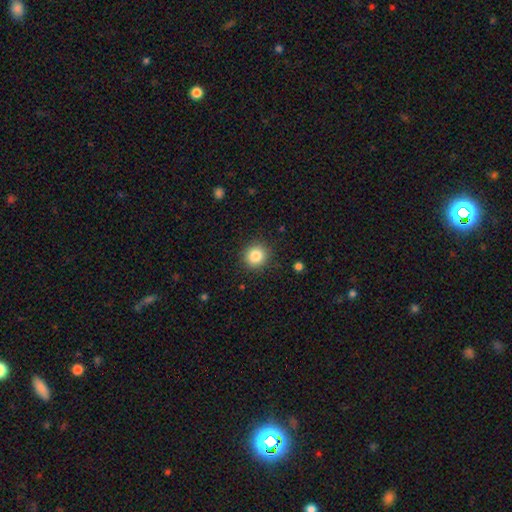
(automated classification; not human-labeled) Q: Smooth or featured?
A: smooth (84%); runner-up: star or artifact (11%)
Q: How rounded?
A: round (90%); runner-up: in between (9%)
Q: Merging?
A: none (89%); runner-up: minor disturbance (7%)